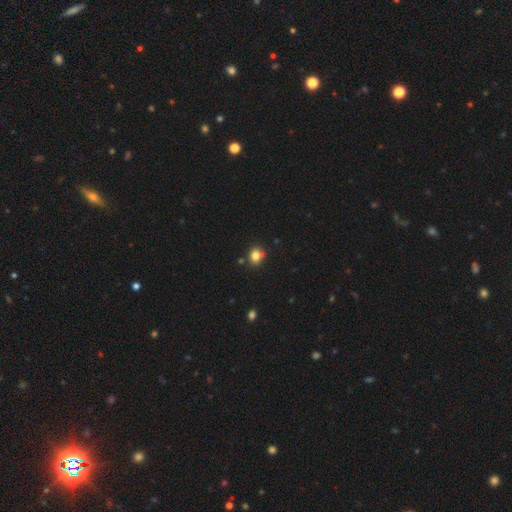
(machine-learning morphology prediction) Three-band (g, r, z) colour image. It shows a smooth galaxy with no disk features (80%) that is round (70%). Merging: none (74%).